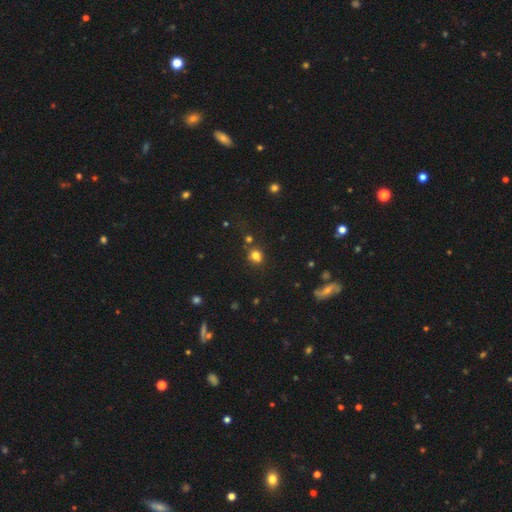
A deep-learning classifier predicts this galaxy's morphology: smooth 77%, star or artifact 16%, featured or disk 7%. Down the decision tree: how rounded — round (71%); merging — none (72%).